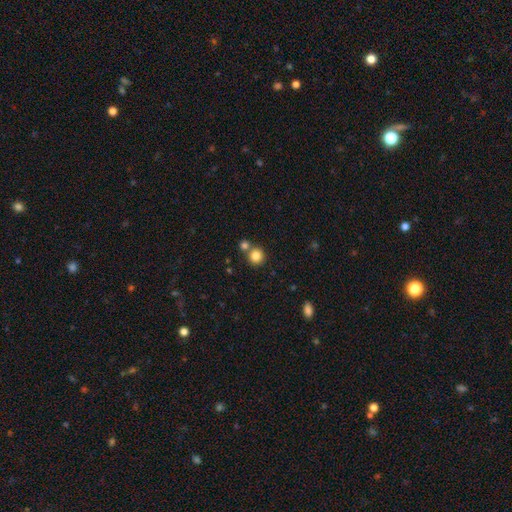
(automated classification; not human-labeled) smooth_or_featured: smooth (p=0.83) [alt: star or artifact p=0.11]
how_rounded: round (p=0.92) [alt: in between p=0.07]
merging: none (p=0.66) [alt: merger p=0.25]